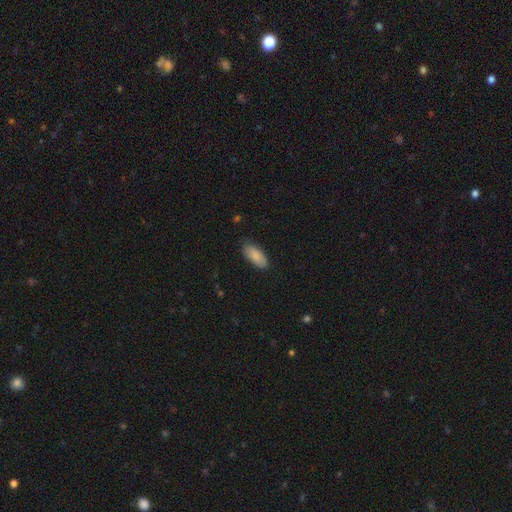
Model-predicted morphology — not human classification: A smooth galaxy with no disk features (87%) that is in between round and cigar-shaped (87%).

Vote fractions:
- Smooth or featured? smooth: 87% / featured or disk: 7% / star or artifact: 6%
- How rounded? in between: 87% / cigar-shaped: 11% / round: 2%
- Merging? none: 83% / minor disturbance: 13% / major disturbance: 2% / merger: 1%